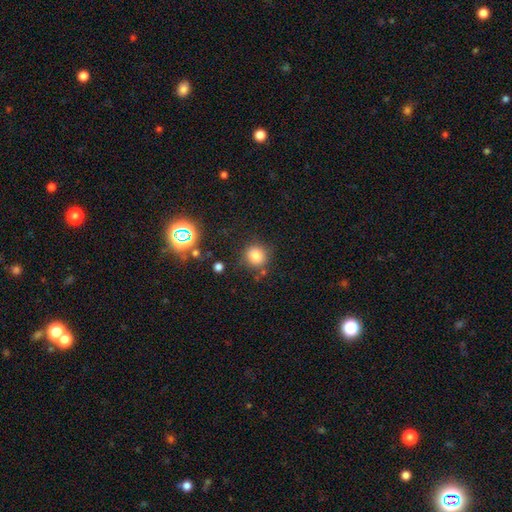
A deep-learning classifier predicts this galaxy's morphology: Q: Smooth or featured?
A: smooth (79%); runner-up: star or artifact (14%)
Q: How rounded?
A: round (89%); runner-up: in between (10%)
Q: Merging?
A: none (81%); runner-up: minor disturbance (10%)